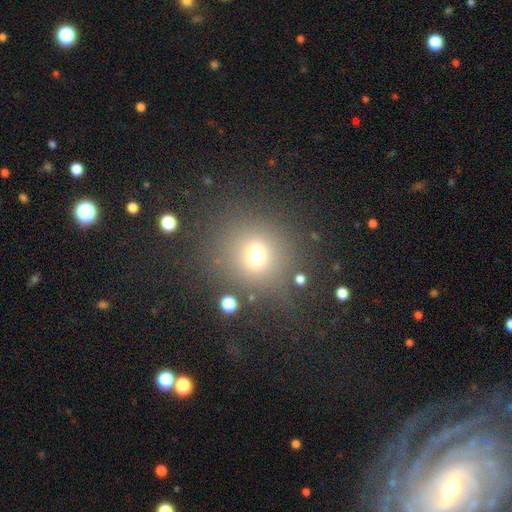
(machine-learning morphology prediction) Q: Smooth or featured?
A: smooth (69%); runner-up: star or artifact (20%)
Q: How rounded?
A: round (87%); runner-up: in between (12%)
Q: Merging?
A: none (79%); runner-up: minor disturbance (10%)